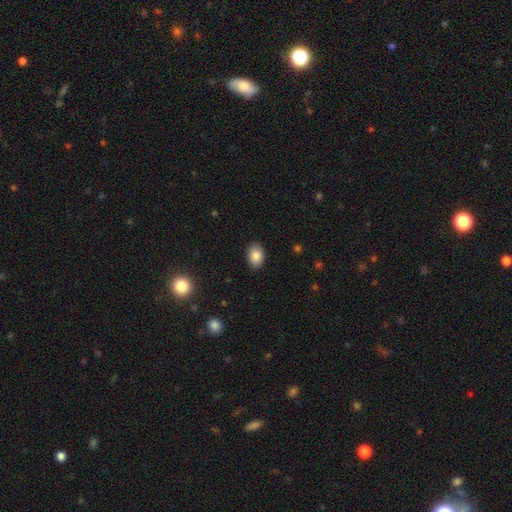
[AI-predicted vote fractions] This appears to be a smooth galaxy with no disk features (86%) that is in between round and cigar-shaped (84%). Merging: none (89%).